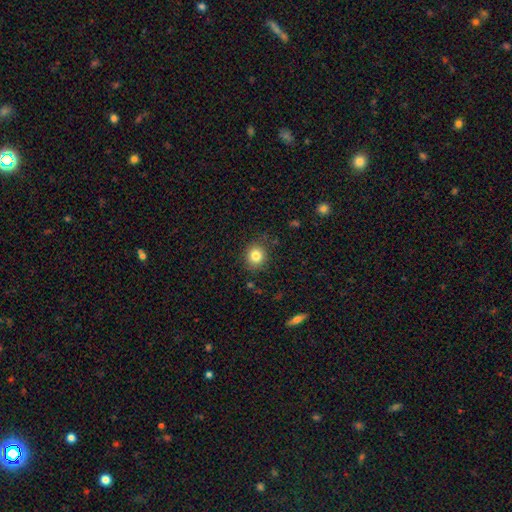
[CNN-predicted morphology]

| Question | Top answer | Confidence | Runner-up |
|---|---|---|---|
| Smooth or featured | smooth | 83% | star or artifact (11%) |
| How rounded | round | 84% | in between (15%) |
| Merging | none | 86% | minor disturbance (10%) |